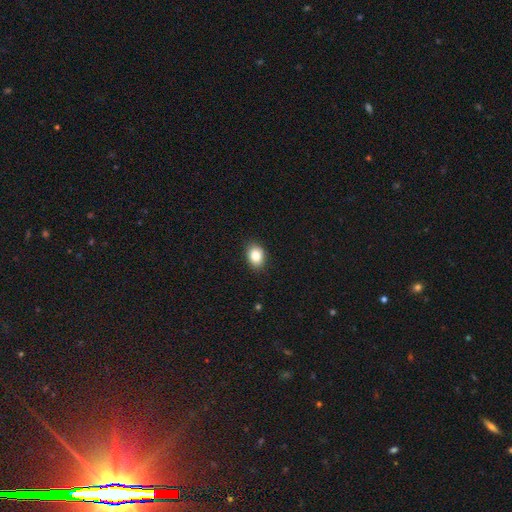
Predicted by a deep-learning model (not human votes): A smooth galaxy with no disk features (84%) that is in between round and cigar-shaped (70%).

Vote fractions:
- Smooth or featured? smooth: 84% / star or artifact: 10% / featured or disk: 7%
- How rounded? in between: 70% / round: 29% / cigar-shaped: 1%
- Merging? none: 88% / minor disturbance: 9% / major disturbance: 2% / merger: 1%